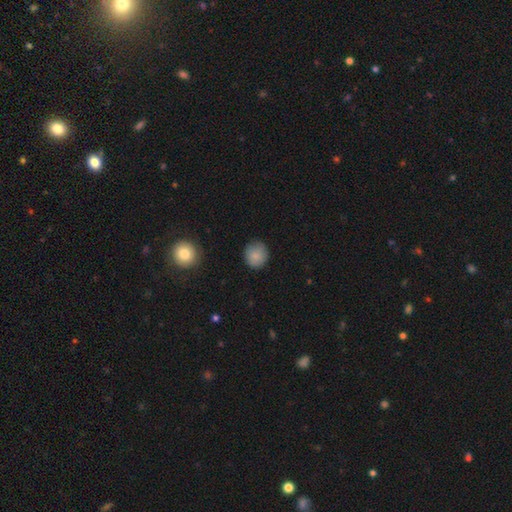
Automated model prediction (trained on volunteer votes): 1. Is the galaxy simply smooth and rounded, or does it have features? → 84% smooth, 8% star or artifact, 8% featured or disk.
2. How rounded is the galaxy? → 87% round, 13% in between, 1% cigar-shaped.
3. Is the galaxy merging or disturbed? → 81% none, 14% minor disturbance, 3% major disturbance, 1% merger.